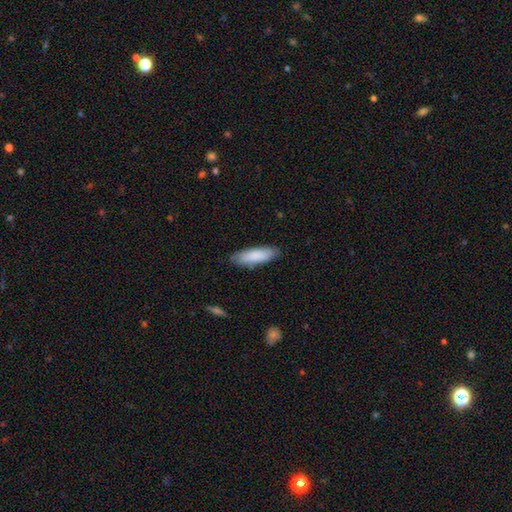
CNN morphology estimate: Smooth or featured?
  - smooth: 84% *
  - featured or disk: 11%
  - star or artifact: 5%
How rounded?
  - in between: 50% *
  - cigar-shaped: 49%
  - round: 1%
Merging?
  - none: 83% *
  - minor disturbance: 13%
  - major disturbance: 2%
  - merger: 1%